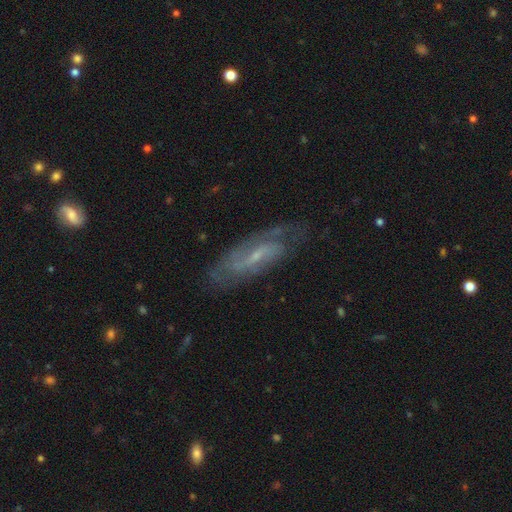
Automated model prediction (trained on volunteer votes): Smooth or featured?
  - featured or disk: 75% *
  - smooth: 18%
  - star or artifact: 7%
Edge-on disk?
  - no: 83% *
  - yes: 17%
Bar?
  - weak: 50% *
  - no: 32%
  - strong: 18%
Spiral arms?
  - yes: 86% *
  - no: 14%
Spiral winding?
  - medium: 43% *
  - tight: 38%
  - loose: 19%
Spiral arm count?
  - 2: 54% *
  - can't tell: 31%
  - 1: 6%
  - 3: 5%
  - 4: 2%
  - more than 4: 2%
Bulge size?
  - small: 67% *
  - moderate: 22%
  - none: 9%
  - large: 1%
  - dominant: 1%
Merging?
  - none: 71% *
  - minor disturbance: 20%
  - major disturbance: 8%
  - merger: 2%